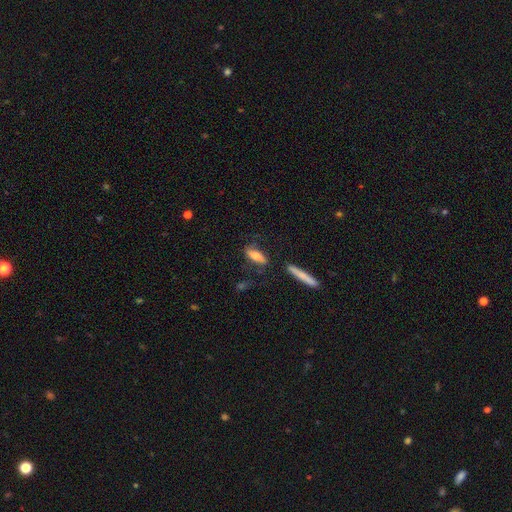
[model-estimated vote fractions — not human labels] This is likely a smooth galaxy (66%). How rounded: possibly in between (51%). Merging: likely none (68%).